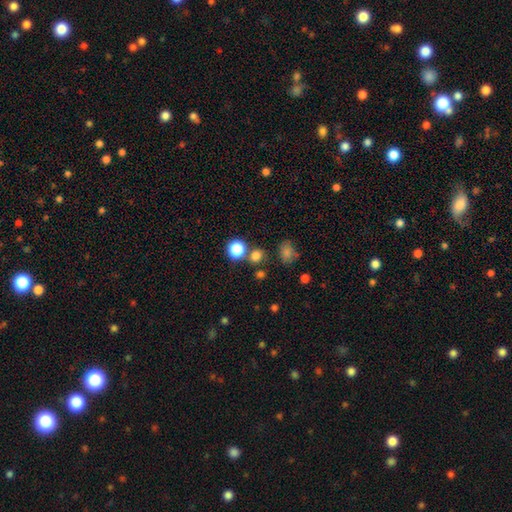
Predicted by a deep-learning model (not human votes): Q: Smooth or featured?
A: smooth (75%); runner-up: star or artifact (20%)
Q: How rounded?
A: round (79%); runner-up: in between (20%)
Q: Merging?
A: none (70%); runner-up: merger (17%)